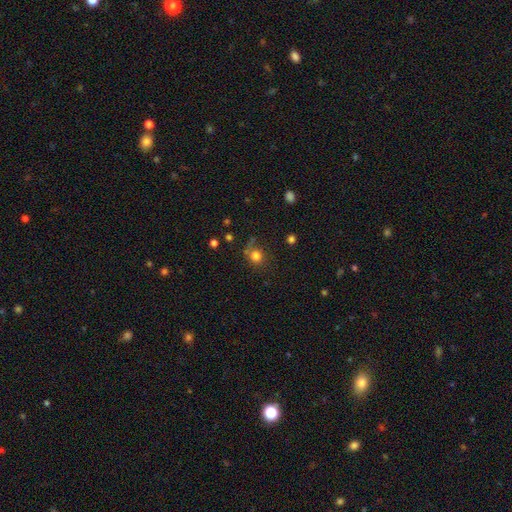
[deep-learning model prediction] smooth_or_featured: smooth (p=0.78) [alt: star or artifact p=0.14]
how_rounded: round (p=0.81) [alt: in between p=0.18]
merging: none (p=0.64) [alt: minor disturbance p=0.19]